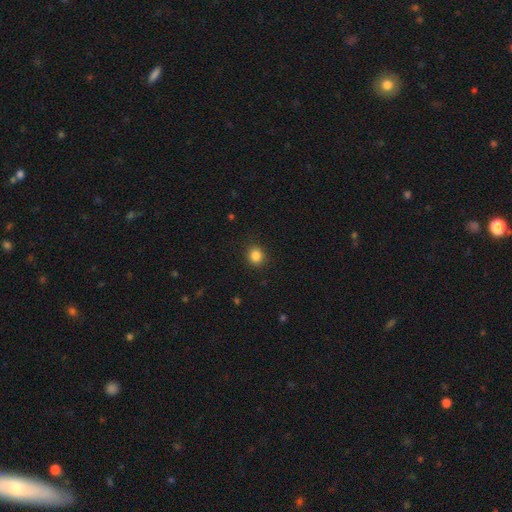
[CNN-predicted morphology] Smooth or featured?
  - smooth: 85% *
  - star or artifact: 11%
  - featured or disk: 4%
How rounded?
  - round: 81% *
  - in between: 18%
  - cigar-shaped: 1%
Merging?
  - none: 90% *
  - minor disturbance: 7%
  - major disturbance: 2%
  - merger: 1%